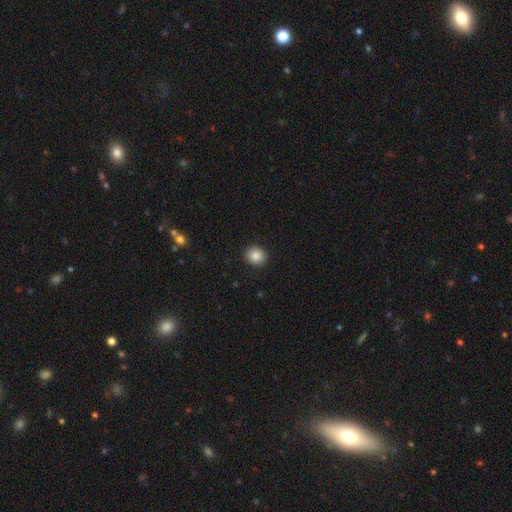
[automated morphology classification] Smooth or featured? smooth (87%)
How rounded? round (80%)
Merging? none (91%)